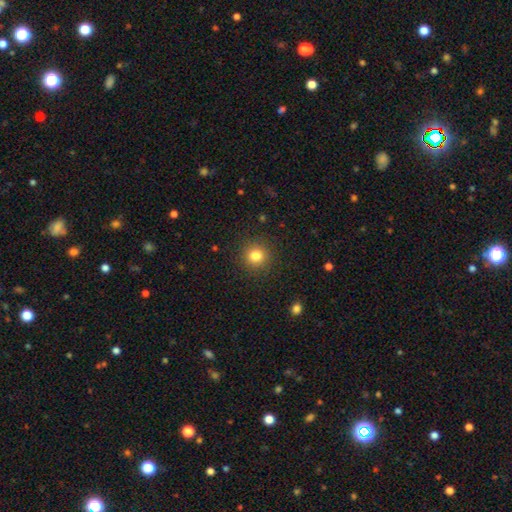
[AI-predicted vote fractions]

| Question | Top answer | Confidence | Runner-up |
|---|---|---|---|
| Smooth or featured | smooth | 81% | star or artifact (12%) |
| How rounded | round | 94% | in between (5%) |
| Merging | none | 91% | minor disturbance (6%) |